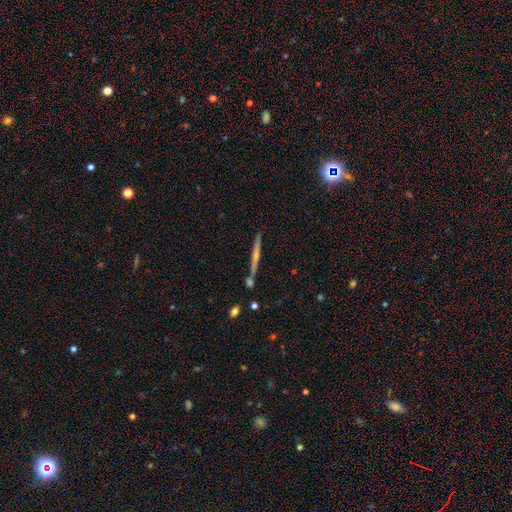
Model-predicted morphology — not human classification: Smooth or featured: featured or disk — 50% (star or artifact — 26%)
Merging: none — 79% (minor disturbance — 10%)